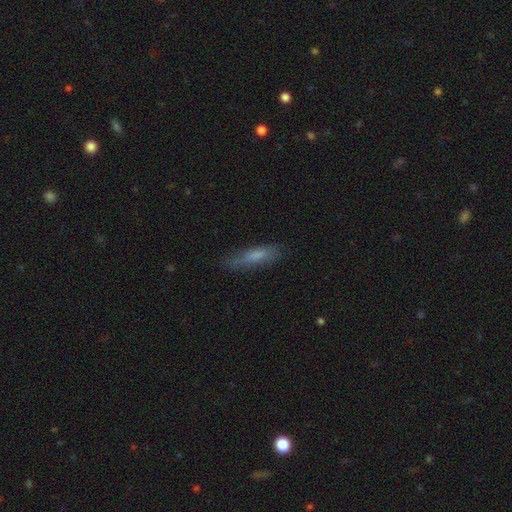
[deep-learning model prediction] This is likely a smooth galaxy (70%). How rounded: likely cigar-shaped (72%). Merging: likely none (75%).